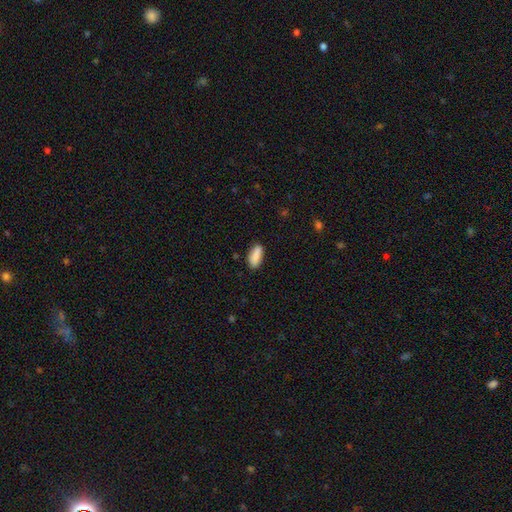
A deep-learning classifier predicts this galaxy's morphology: smooth-or-featured: smooth: 87% | star or artifact: 7% | featured or disk: 6%
  how-rounded: in between: 74% | cigar-shaped: 24% | round: 2%
  merging: none: 80% | minor disturbance: 14% | major disturbance: 3% | merger: 2%